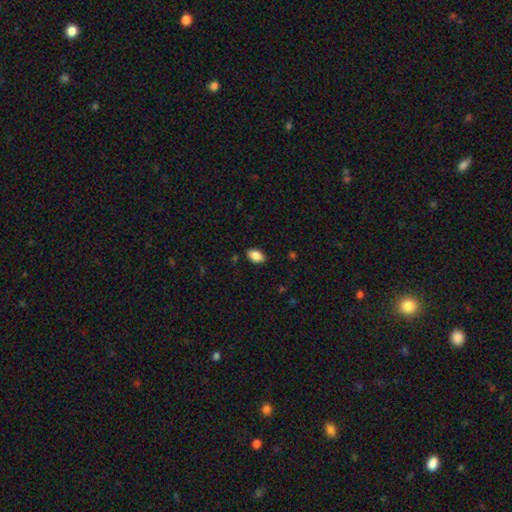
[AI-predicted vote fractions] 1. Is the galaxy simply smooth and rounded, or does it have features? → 87% smooth, 8% star or artifact, 6% featured or disk.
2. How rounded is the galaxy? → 90% in between, 9% round, 2% cigar-shaped.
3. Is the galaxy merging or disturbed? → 86% none, 11% minor disturbance, 2% major disturbance, 1% merger.